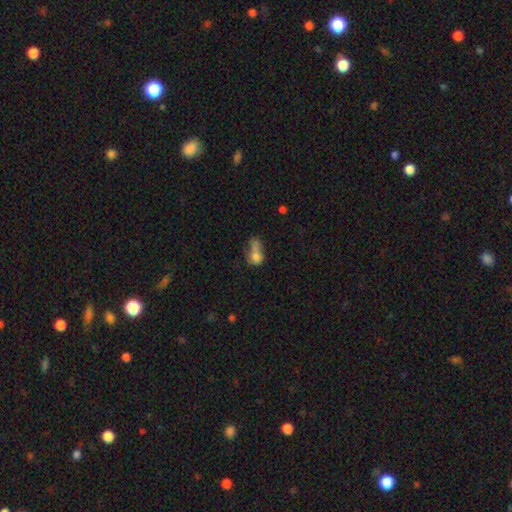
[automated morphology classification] Q: Smooth or featured?
A: smooth (69%); runner-up: featured or disk (18%)
Q: How rounded?
A: in between (66%); runner-up: round (29%)
Q: Merging?
A: merger (31%); runner-up: major disturbance (29%)